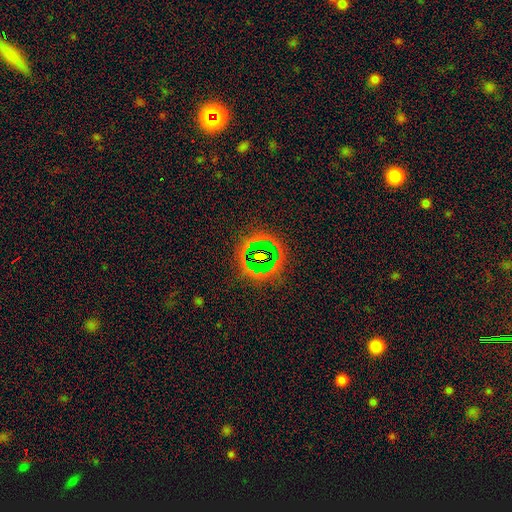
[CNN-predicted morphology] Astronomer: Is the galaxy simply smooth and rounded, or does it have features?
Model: star or artifact — 68%.